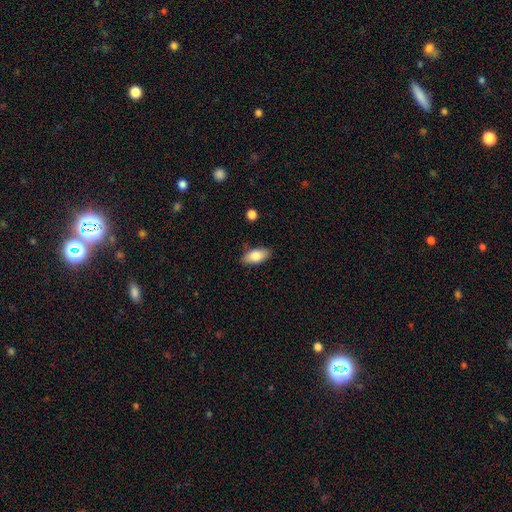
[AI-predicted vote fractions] This appears to be a smooth galaxy with no disk features (82%) that is in between round and cigar-shaped (89%). Merging: none (85%).